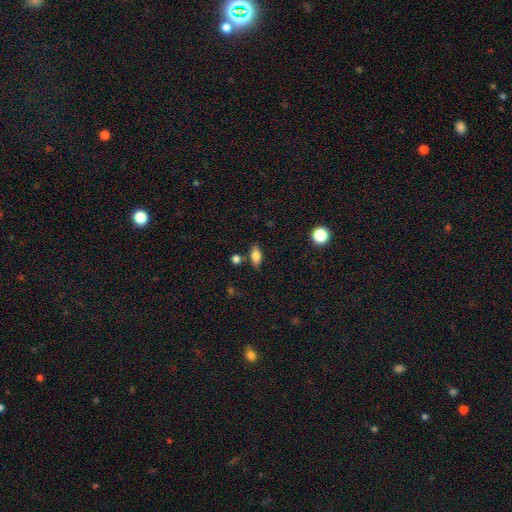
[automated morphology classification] Smooth or featured? smooth (79%)
How rounded? in between (85%)
Merging? none (79%)